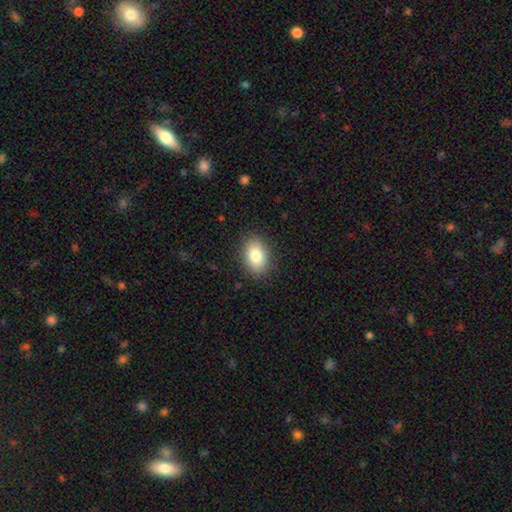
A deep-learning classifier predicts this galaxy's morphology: Smooth or featured? Predicted: smooth (p=0.82). How rounded? Predicted: in between (p=0.83). Merging? Predicted: none (p=0.87).